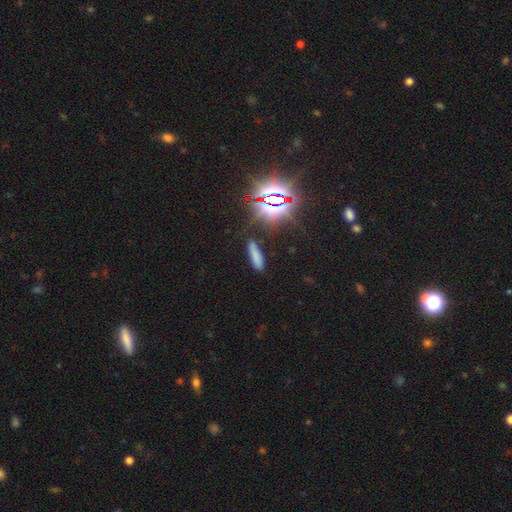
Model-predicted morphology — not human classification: Smooth or featured?
  - smooth: 69% *
  - star or artifact: 23%
  - featured or disk: 9%
How rounded?
  - cigar-shaped: 68% *
  - in between: 29%
  - round: 3%
Merging?
  - none: 82% *
  - minor disturbance: 12%
  - major disturbance: 4%
  - merger: 3%